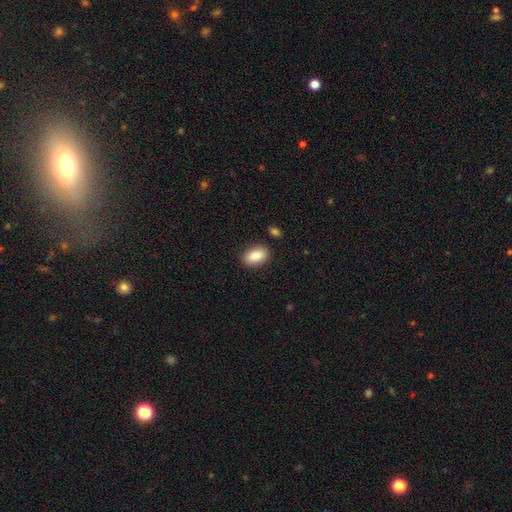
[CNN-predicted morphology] This is clearly a smooth galaxy (87%). How rounded: clearly in between (91%). Merging: clearly none (87%).